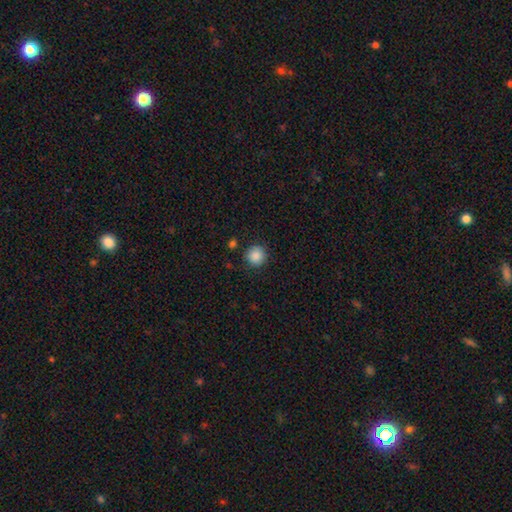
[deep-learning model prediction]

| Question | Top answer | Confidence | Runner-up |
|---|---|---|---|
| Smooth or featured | smooth | 88% | star or artifact (9%) |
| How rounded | round | 94% | in between (5%) |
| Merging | none | 87% | minor disturbance (8%) |